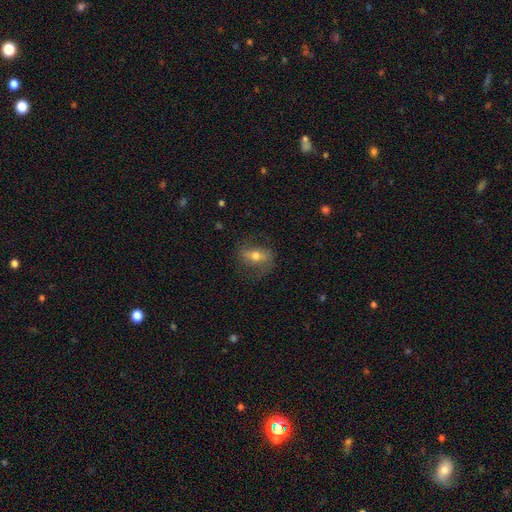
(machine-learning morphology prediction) smooth-or-featured: featured or disk: 53% | smooth: 37% | star or artifact: 10%
  disk-edge-on: no: 89% | yes: 11%
  merging: none: 71% | minor disturbance: 18% | major disturbance: 10% | merger: 1%